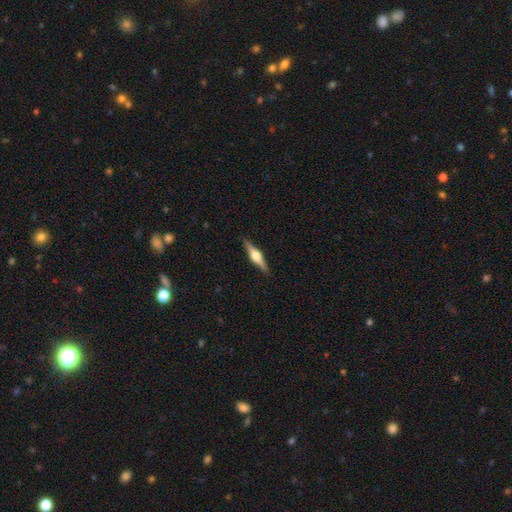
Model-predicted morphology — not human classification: Overall: featured or disk (75%). Edge-on disk: yes (98%). Edge-on bulge: rounded (94%). Merging: none (90%).